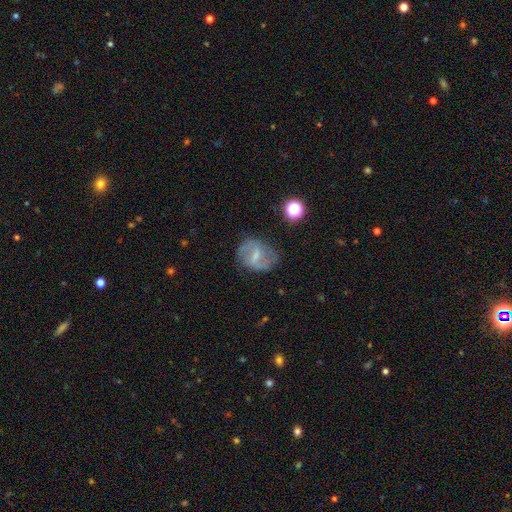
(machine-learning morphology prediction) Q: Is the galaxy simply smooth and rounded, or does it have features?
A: featured or disk — 66%.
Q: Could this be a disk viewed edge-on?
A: no — 97%.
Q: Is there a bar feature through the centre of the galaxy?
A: weak — 50%.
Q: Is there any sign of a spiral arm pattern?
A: yes — 77%.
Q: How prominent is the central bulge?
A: small — 44%.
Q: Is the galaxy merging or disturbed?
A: none — 67%.